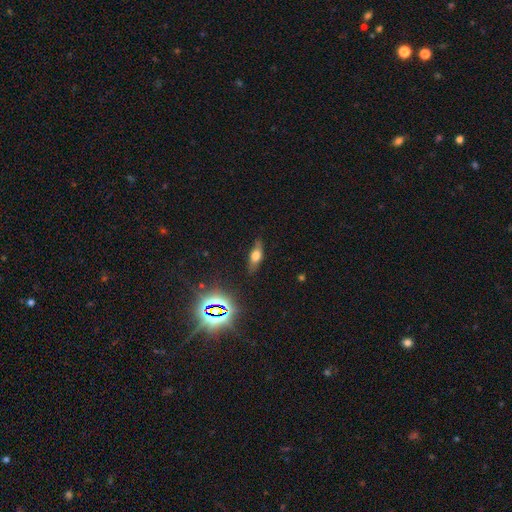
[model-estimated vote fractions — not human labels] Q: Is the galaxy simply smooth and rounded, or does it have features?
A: smooth — 51%.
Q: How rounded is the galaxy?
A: in between — 58%.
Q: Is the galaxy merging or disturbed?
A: none — 81%.